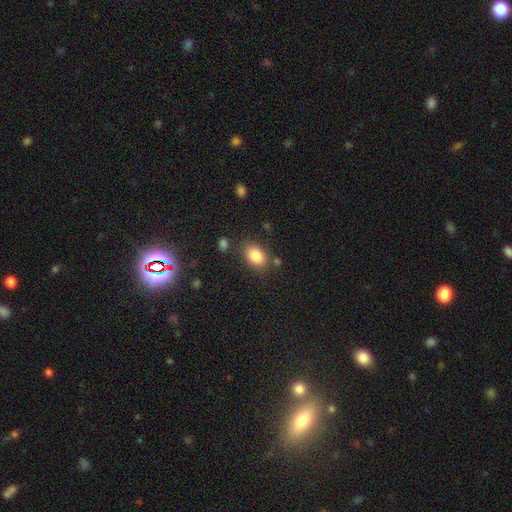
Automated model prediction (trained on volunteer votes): smooth-or-featured: smooth: 85% | star or artifact: 8% | featured or disk: 7%
  how-rounded: in between: 82% | round: 17% | cigar-shaped: 1%
  merging: none: 77% | minor disturbance: 13% | merger: 6% | major disturbance: 4%